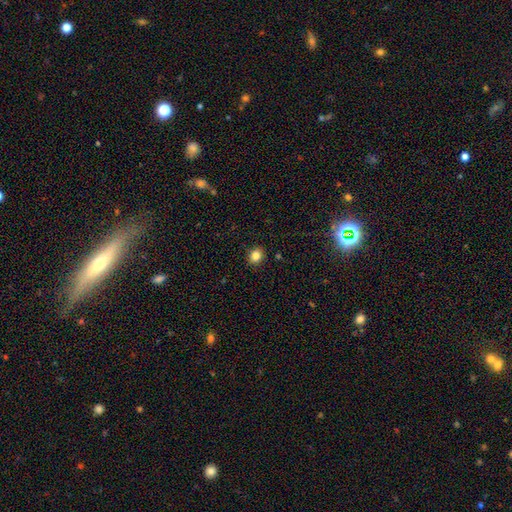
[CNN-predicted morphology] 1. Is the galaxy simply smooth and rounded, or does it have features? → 82% smooth, 12% star or artifact, 6% featured or disk.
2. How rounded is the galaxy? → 65% round, 34% in between, 1% cigar-shaped.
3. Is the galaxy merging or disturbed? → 91% none, 7% minor disturbance, 2% major disturbance, 1% merger.